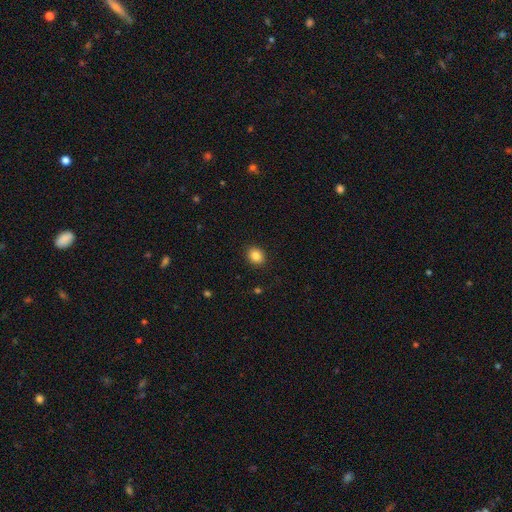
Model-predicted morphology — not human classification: Overall: smooth (85%). How rounded: round (63%; in between 36%). Merging: none (91%).